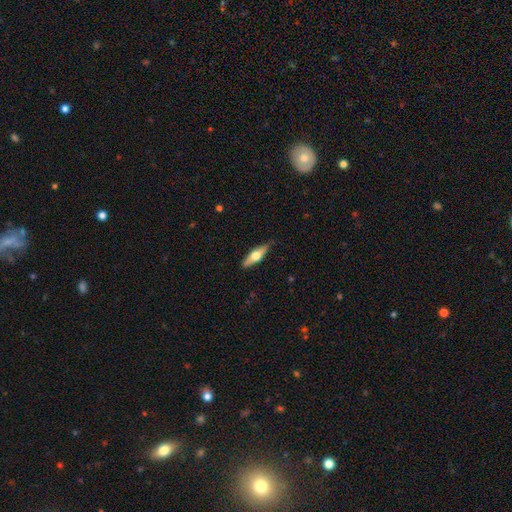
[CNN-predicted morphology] A featured or disk galaxy (49%).

Vote fractions:
- Smooth or featured? featured or disk: 49% / smooth: 45% / star or artifact: 5%
- Merging? none: 86% / minor disturbance: 11% / major disturbance: 2% / merger: 1%